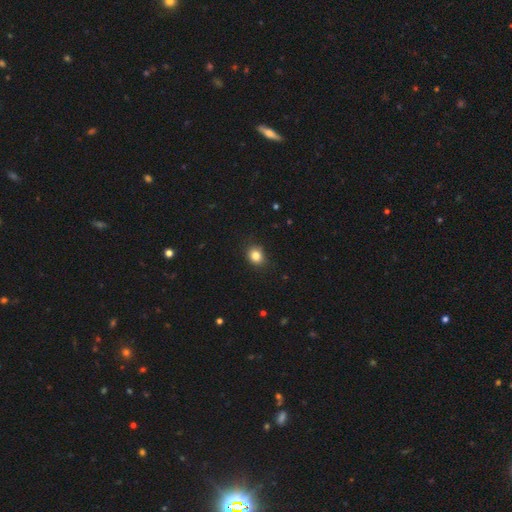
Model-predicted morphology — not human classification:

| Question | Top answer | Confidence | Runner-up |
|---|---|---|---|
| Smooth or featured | smooth | 83% | star or artifact (11%) |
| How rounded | round | 65% | in between (34%) |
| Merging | none | 85% | minor disturbance (12%) |